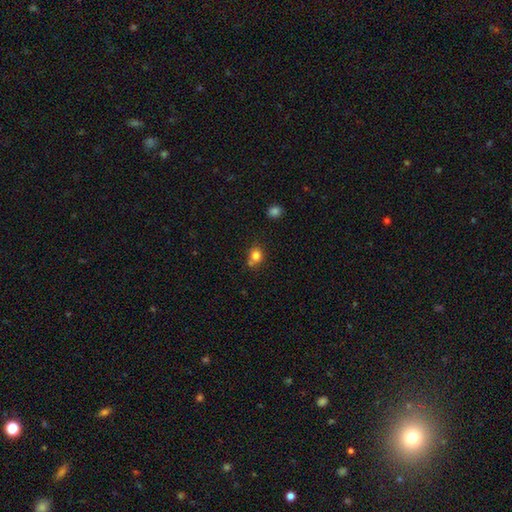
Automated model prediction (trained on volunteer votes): Smooth or featured? Predicted: smooth (p=0.80). How rounded? Predicted: round (p=0.69). Merging? Predicted: none (p=0.62).